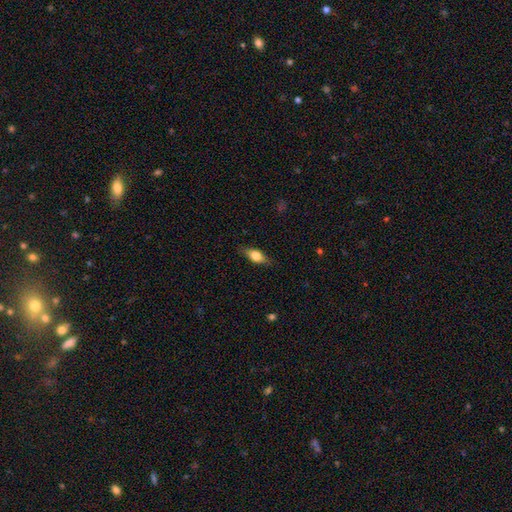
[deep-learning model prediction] Smooth or featured? Predicted: smooth (p=0.66). How rounded? Predicted: in between (p=0.75). Merging? Predicted: none (p=0.81).